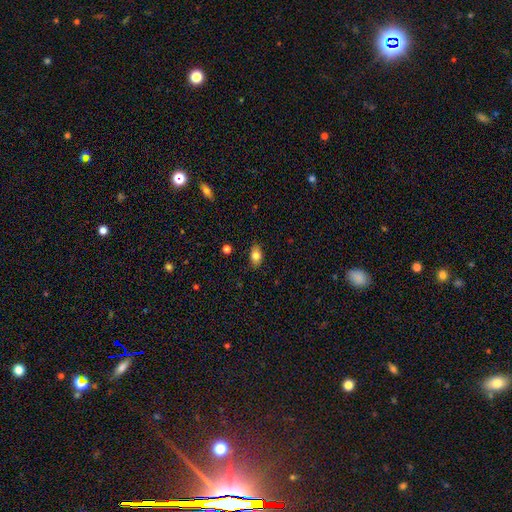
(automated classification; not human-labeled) This appears to be a smooth galaxy with no disk features (82%) that is in between round and cigar-shaped (84%). Merging: none (81%).